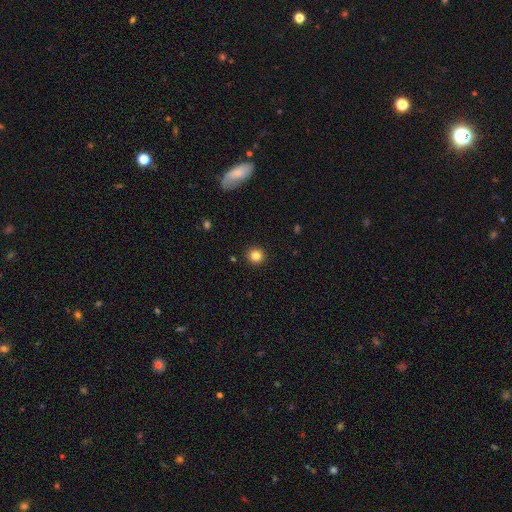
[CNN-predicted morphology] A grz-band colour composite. It shows a smooth galaxy with no disk features (82%) that is round (94%). Merging: none (93%).